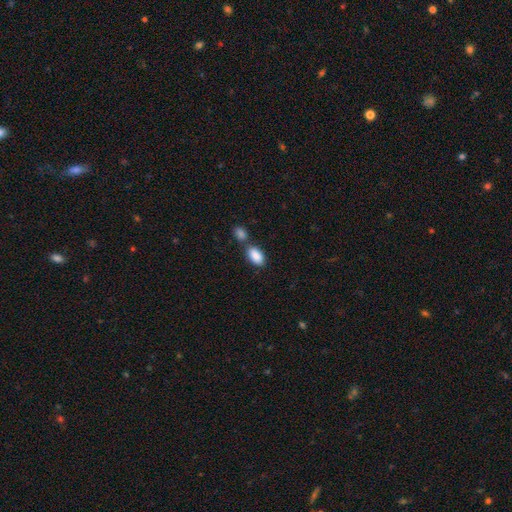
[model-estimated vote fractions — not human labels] A smooth galaxy with no disk features (89%) that is in between round and cigar-shaped (93%). Merging: none (53%).